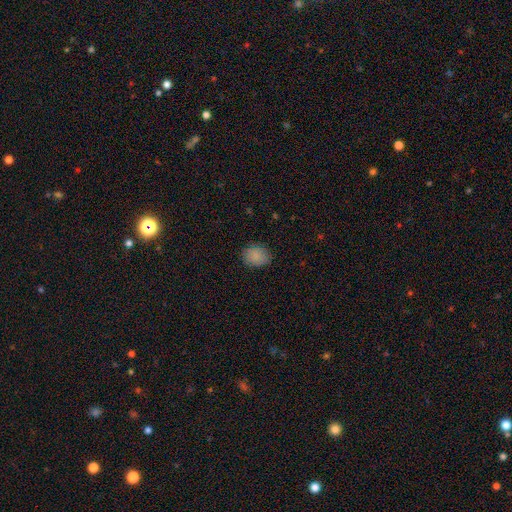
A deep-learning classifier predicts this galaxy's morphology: smooth-or-featured: smooth: 86% | star or artifact: 9% | featured or disk: 5%
  how-rounded: round: 61% | in between: 39% | cigar-shaped: 1%
  merging: none: 83% | minor disturbance: 13% | major disturbance: 3% | merger: 1%